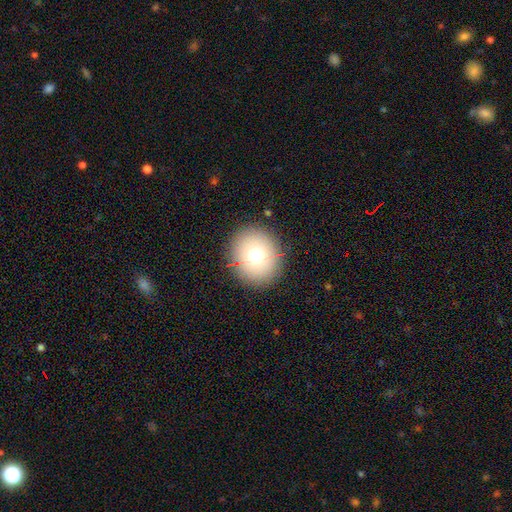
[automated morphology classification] smooth-or-featured: smooth: 72% | star or artifact: 14% | featured or disk: 14%
  how-rounded: round: 79% | in between: 20% | cigar-shaped: 1%
  merging: none: 87% | minor disturbance: 8% | major disturbance: 4% | merger: 1%